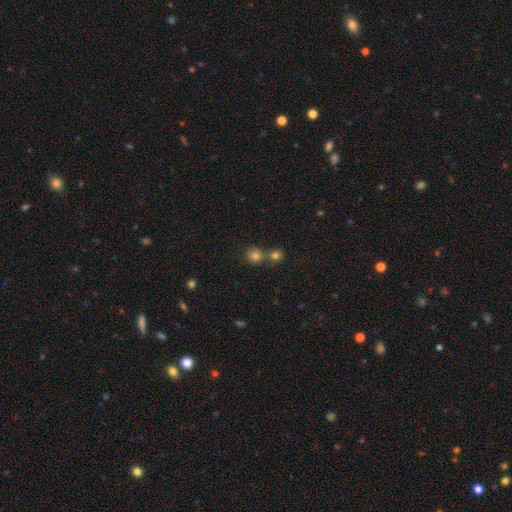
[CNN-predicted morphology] A smooth galaxy with no disk features (72%) that is round (89%). Merging: none (58%).